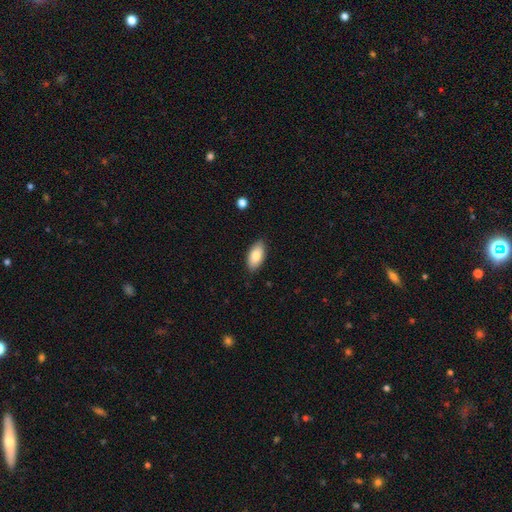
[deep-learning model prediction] A smooth galaxy with no disk features (83%) that is in between round and cigar-shaped (93%). Merging: none (87%).